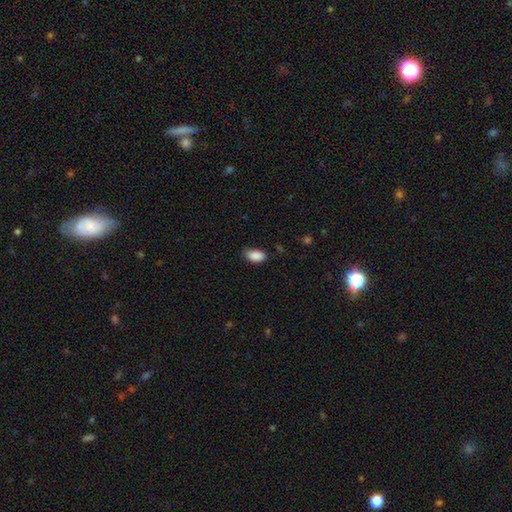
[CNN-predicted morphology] type=smooth (89%); roundness=in between (93%); merging=none (78%).